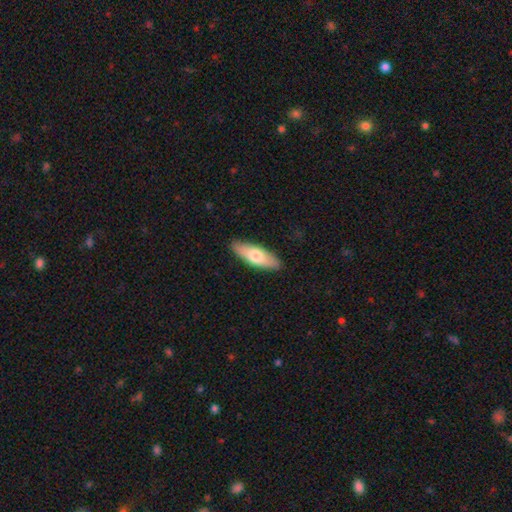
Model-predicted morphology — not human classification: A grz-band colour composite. It shows a smooth galaxy with no disk features (66%) that is in between round and cigar-shaped (59%). Merging: none (89%).